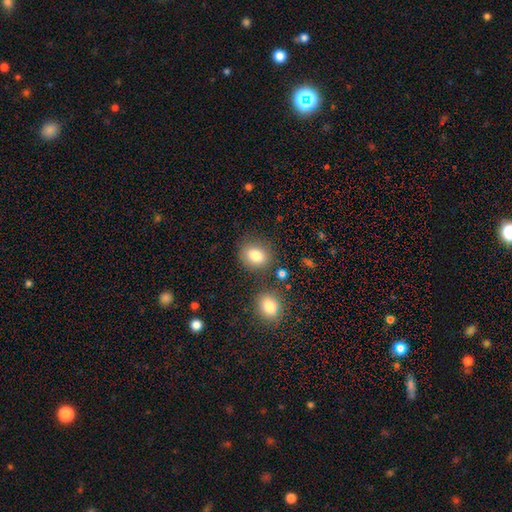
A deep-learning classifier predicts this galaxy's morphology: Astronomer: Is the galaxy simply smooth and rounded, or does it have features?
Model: smooth — 83%.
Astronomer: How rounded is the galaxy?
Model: round — 51% (runner-up: in between, 48%).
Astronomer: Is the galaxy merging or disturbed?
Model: none — 74%.